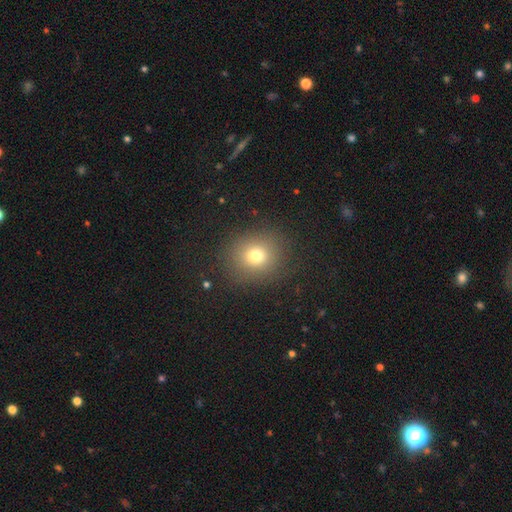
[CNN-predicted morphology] The model was most divided on "smooth or featured": smooth: 74%, star or artifact: 16%, featured or disk: 10%. More confident: merging — none (85%); how rounded — round (80%).